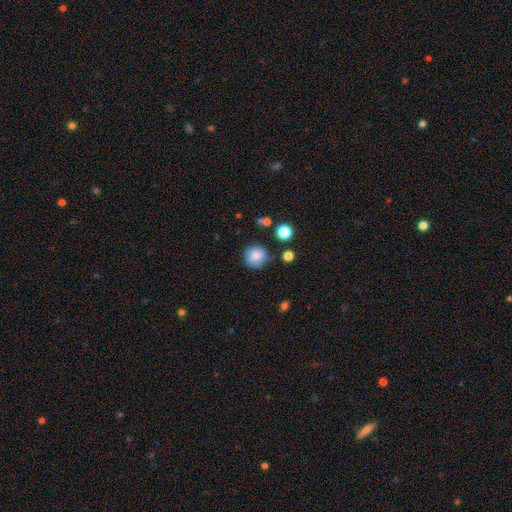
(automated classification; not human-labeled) smooth 83%, star or artifact 9%, featured or disk 7%. Down the decision tree: how rounded — round (92%); merging — none (76%).